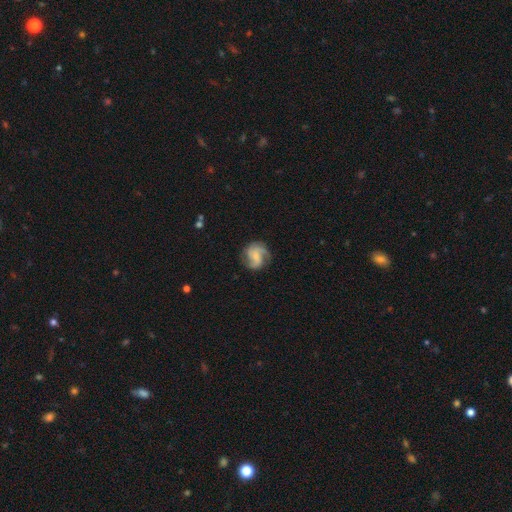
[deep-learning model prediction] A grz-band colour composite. It shows a featured or disk galaxy (78%) with no bar (55%), 2 (46%) medium (50%) spiral arms (96%) and a small central bulge (58%). Merging: none (74%).